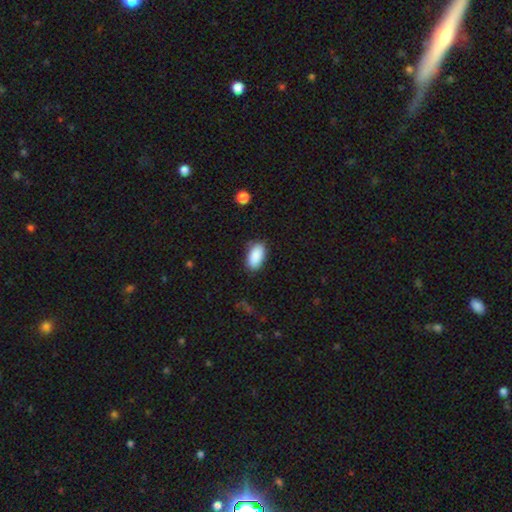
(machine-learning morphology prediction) Q: Smooth or featured?
A: smooth (89%); runner-up: star or artifact (7%)
Q: How rounded?
A: in between (94%); runner-up: round (3%)
Q: Merging?
A: none (82%); runner-up: minor disturbance (14%)